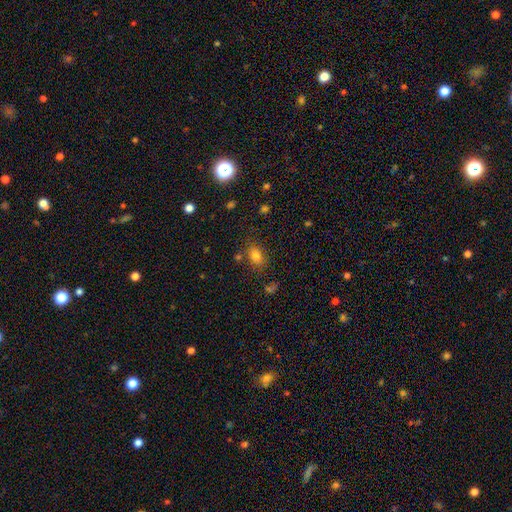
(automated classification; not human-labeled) smooth-or-featured: smooth: 77% | star or artifact: 14% | featured or disk: 9%
  how-rounded: in between: 72% | round: 25% | cigar-shaped: 2%
  merging: none: 74% | minor disturbance: 15% | merger: 7% | major disturbance: 5%